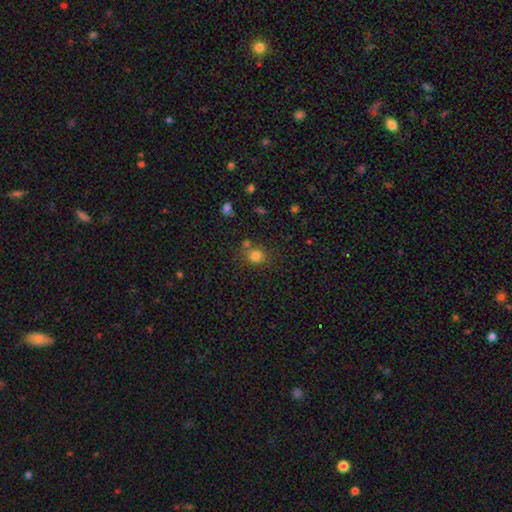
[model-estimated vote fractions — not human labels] The model was most divided on "merging": none: 69%, merger: 15%, minor disturbance: 12%, major disturbance: 4%. More confident: smooth or featured — smooth (80%); how rounded — round (79%).